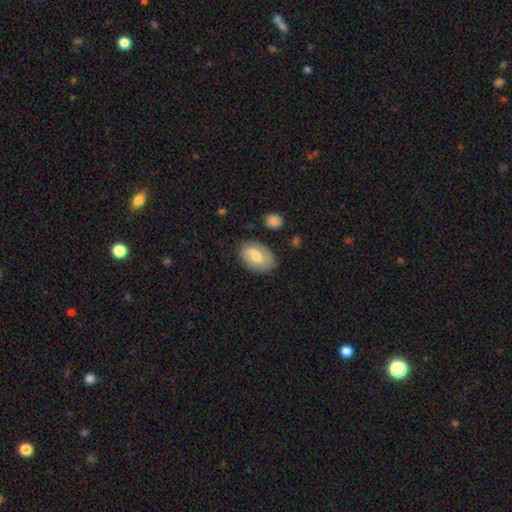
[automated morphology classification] The model was most divided on "smooth or featured": smooth: 51%, featured or disk: 42%, star or artifact: 7%. More confident: how rounded — in between (86%); merging — none (74%).